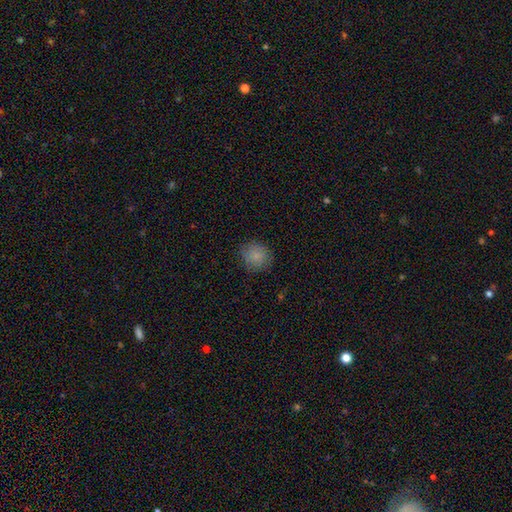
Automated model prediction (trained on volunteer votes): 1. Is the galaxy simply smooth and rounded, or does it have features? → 85% smooth, 9% star or artifact, 6% featured or disk.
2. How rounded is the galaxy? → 88% round, 11% in between, 1% cigar-shaped.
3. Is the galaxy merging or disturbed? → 83% none, 13% minor disturbance, 3% major disturbance, 1% merger.